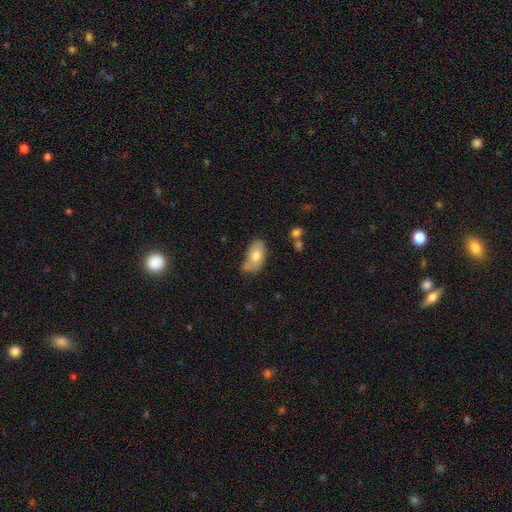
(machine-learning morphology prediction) Smooth or featured? smooth (72%)
How rounded? in between (92%)
Merging? none (47%)